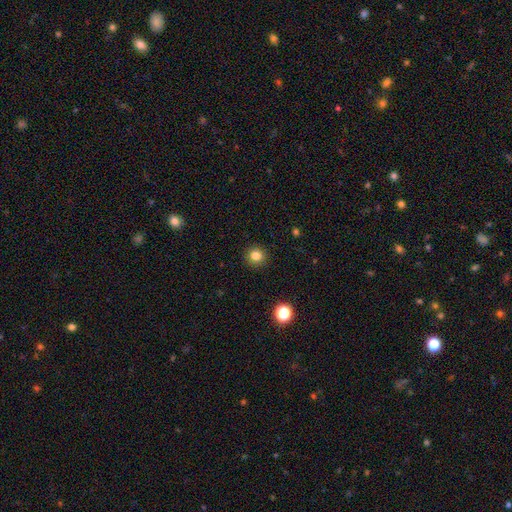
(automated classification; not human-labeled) Smooth or featured?
  - smooth: 82% *
  - star or artifact: 13%
  - featured or disk: 5%
How rounded?
  - round: 92% *
  - in between: 7%
  - cigar-shaped: 1%
Merging?
  - none: 92% *
  - minor disturbance: 5%
  - major disturbance: 2%
  - merger: 1%